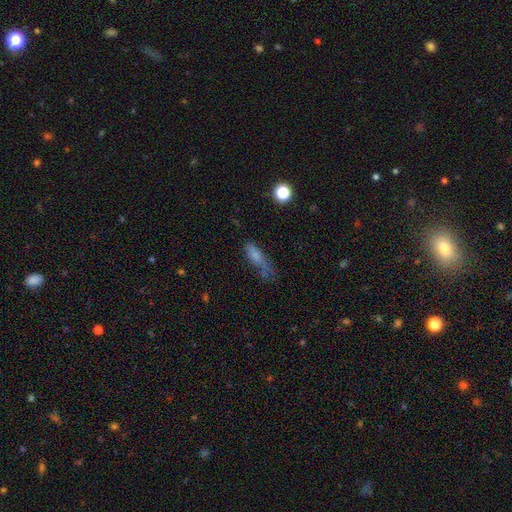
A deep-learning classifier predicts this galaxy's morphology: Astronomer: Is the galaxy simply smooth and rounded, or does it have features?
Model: smooth — 69%.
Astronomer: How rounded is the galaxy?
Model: cigar-shaped — 48% (runner-up: in between, 47%).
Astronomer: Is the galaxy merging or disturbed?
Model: none — 39% (runner-up: minor disturbance, 30%).